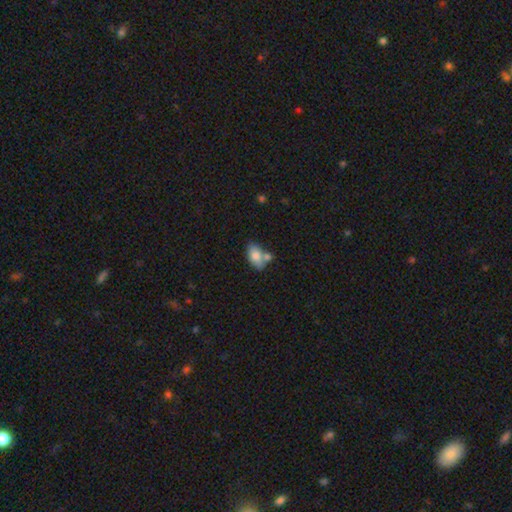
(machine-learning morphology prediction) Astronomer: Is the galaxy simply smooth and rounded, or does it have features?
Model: smooth — 79%.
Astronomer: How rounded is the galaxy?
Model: in between — 91%.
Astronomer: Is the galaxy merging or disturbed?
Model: none — 54%.